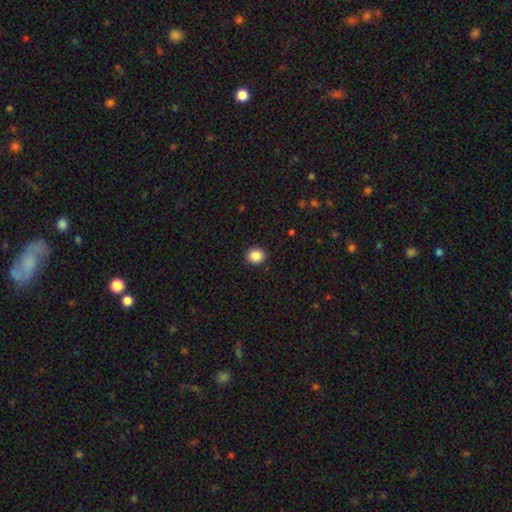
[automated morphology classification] Smooth or featured? smooth (88%)
How rounded? round (79%)
Merging? none (92%)